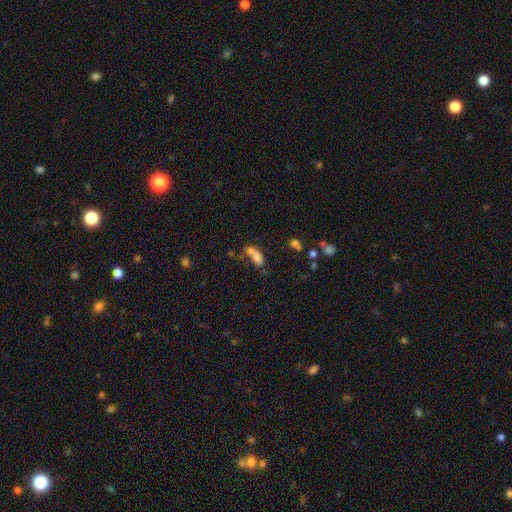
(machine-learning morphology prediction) Smooth or featured: smooth — 71% (featured or disk — 16%)
How rounded: in between — 82% (cigar-shaped — 13%)
Merging: merger — 37% (none — 30%)